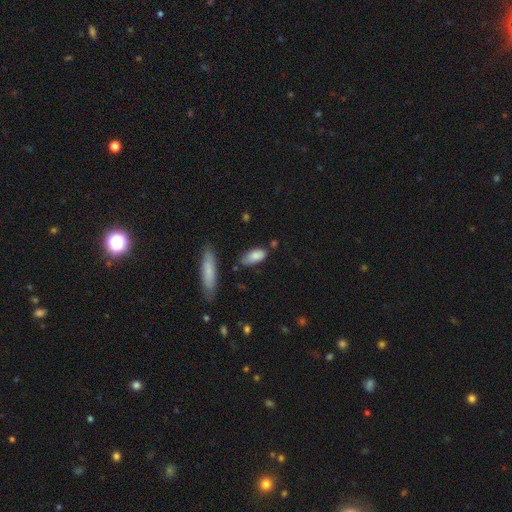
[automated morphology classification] type=smooth (84%); roundness=in between (84%); merging=none (61%).